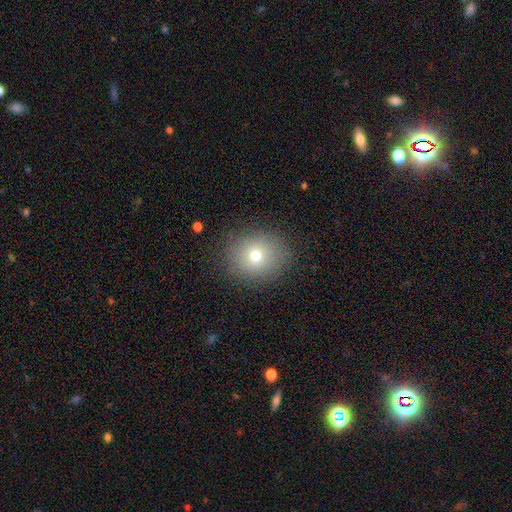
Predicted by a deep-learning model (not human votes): smooth 73%, star or artifact 14%, featured or disk 13%. Down the decision tree: how rounded — round (77%); merging — none (87%).